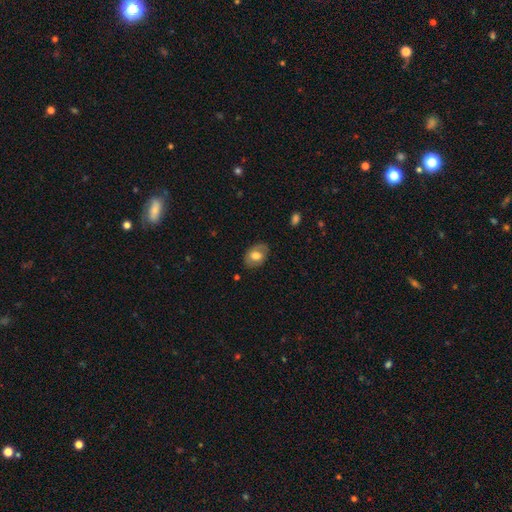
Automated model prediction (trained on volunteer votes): Smooth or featured? smooth (62%)
How rounded? in between (78%)
Merging? none (77%)